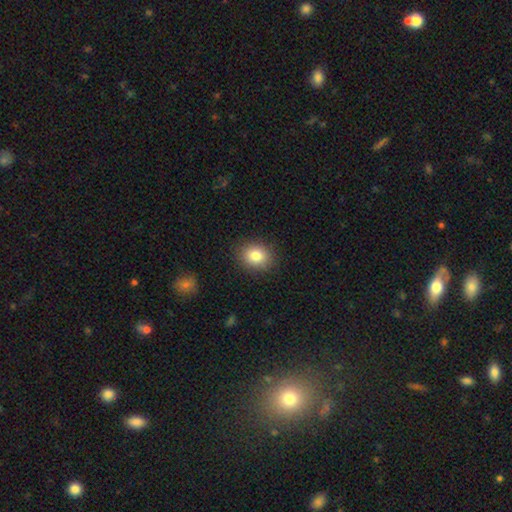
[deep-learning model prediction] smooth_or_featured: smooth (p=0.83) [alt: star or artifact p=0.10]
how_rounded: round (p=0.60) [alt: in between p=0.39]
merging: none (p=0.88) [alt: minor disturbance p=0.08]